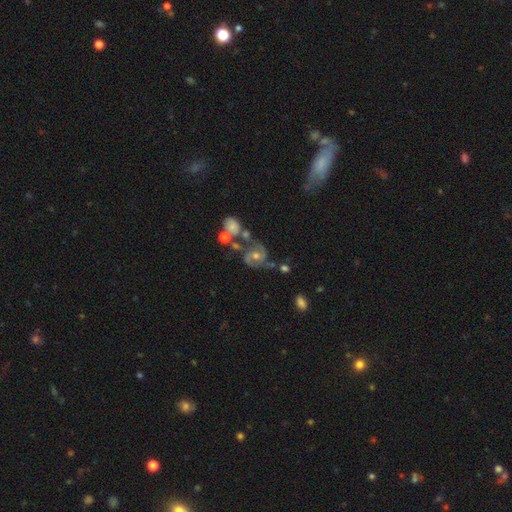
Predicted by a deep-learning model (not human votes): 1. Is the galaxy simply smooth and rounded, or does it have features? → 83% featured or disk, 9% star or artifact, 8% smooth.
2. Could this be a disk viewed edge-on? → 98% no, 2% yes.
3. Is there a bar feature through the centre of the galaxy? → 62% no, 29% weak, 9% strong.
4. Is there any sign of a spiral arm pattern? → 95% yes, 5% no.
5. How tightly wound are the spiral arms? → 53% medium, 30% tight, 16% loose.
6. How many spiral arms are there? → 75% 2, 9% 3, 8% can't tell, 3% 1, 2% 4, 2% more than 4.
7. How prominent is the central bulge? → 60% moderate, 34% small, 3% large, 2% none, 1% dominant.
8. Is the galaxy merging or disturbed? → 49% none, 20% minor disturbance, 16% merger, 15% major disturbance.